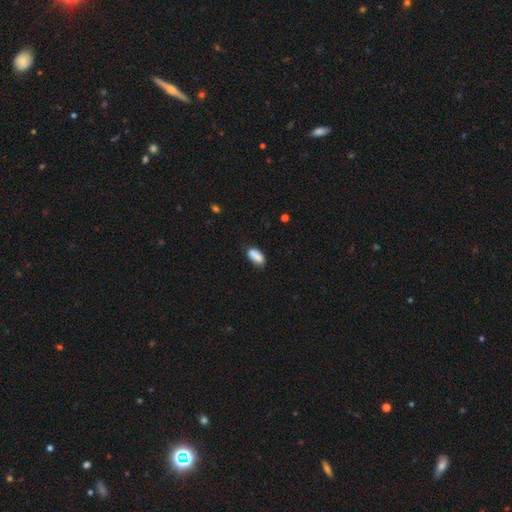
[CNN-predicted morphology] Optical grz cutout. It shows a smooth galaxy with no disk features (85%) that is in between round and cigar-shaped (85%). Merging: none (66%).